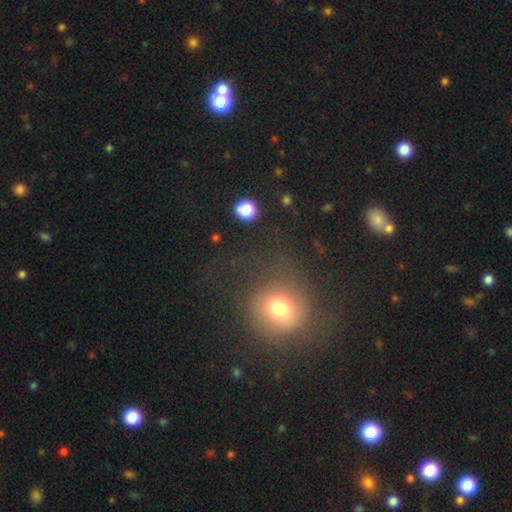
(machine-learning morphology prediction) This appears to be a smooth galaxy with no disk features (61%) that is round (85%). Merging: none (74%).